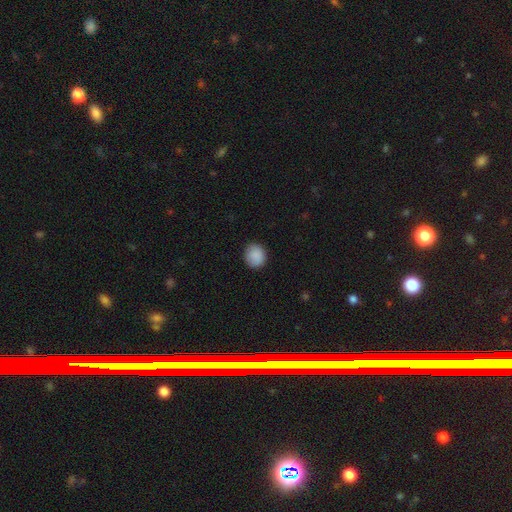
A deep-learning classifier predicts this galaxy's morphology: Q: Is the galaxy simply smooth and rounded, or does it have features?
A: smooth — 89%.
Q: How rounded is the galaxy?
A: round — 80%.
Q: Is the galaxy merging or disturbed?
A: none — 88%.